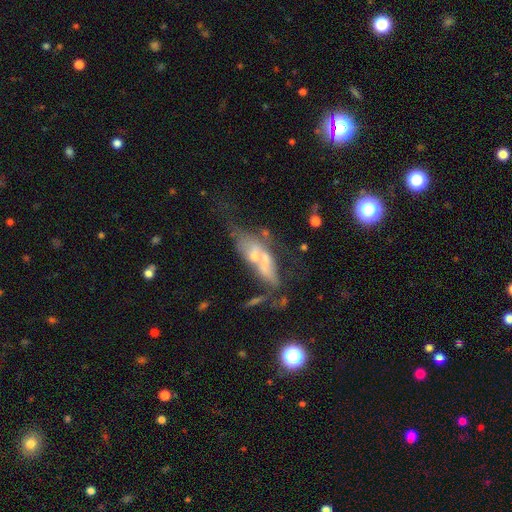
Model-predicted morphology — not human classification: Smooth or featured? Predicted: featured or disk (p=0.53). Edge-on disk? Predicted: no (p=0.68). Merging? Predicted: merger (p=0.38).